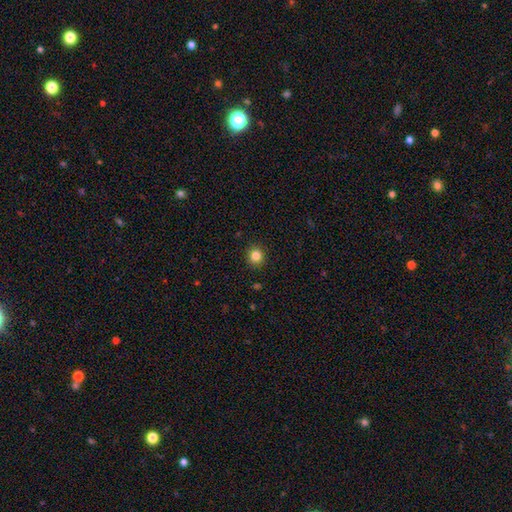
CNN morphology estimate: smooth-or-featured: smooth: 83% | star or artifact: 12% | featured or disk: 5%
  how-rounded: round: 91% | in between: 9% | cigar-shaped: 1%
  merging: none: 92% | minor disturbance: 6% | major disturbance: 2% | merger: 1%